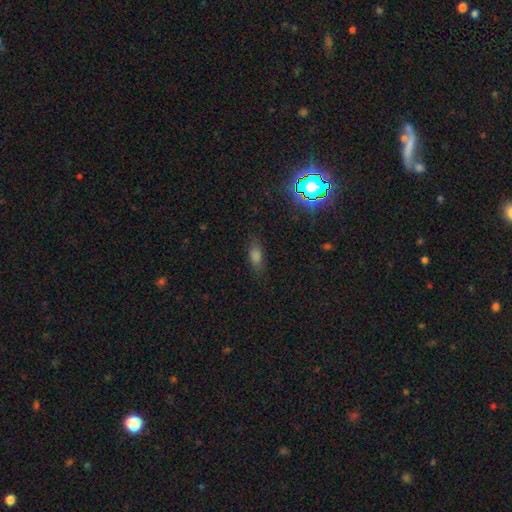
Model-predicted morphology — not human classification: Overall: smooth (61%; star or artifact 24%). How rounded: in between (69%). Merging: none (77%).